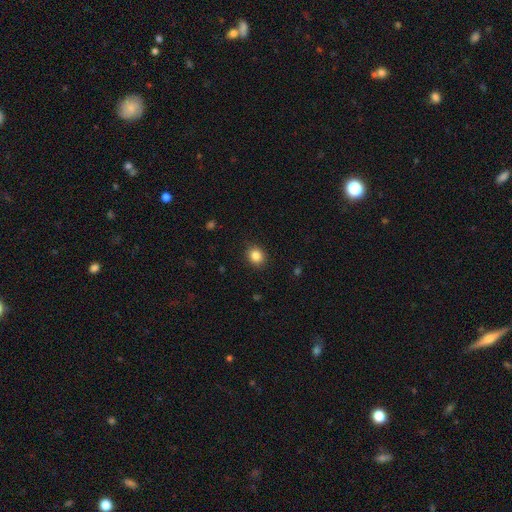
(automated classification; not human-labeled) smooth-or-featured: smooth: 85% | star or artifact: 10% | featured or disk: 5%
  how-rounded: round: 70% | in between: 29% | cigar-shaped: 1%
  merging: none: 89% | minor disturbance: 7% | major disturbance: 2% | merger: 1%